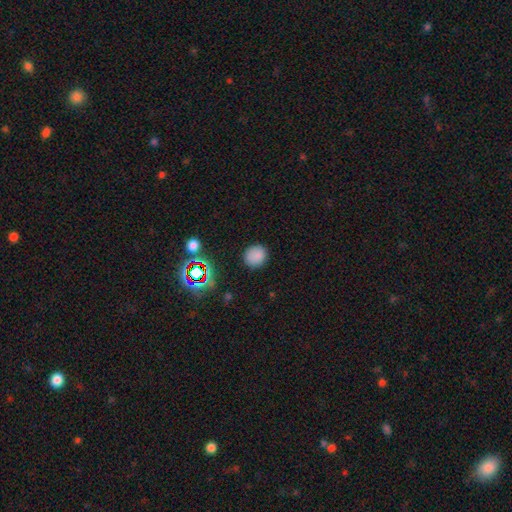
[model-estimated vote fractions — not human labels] Morphology: type=smooth (80%); roundness=round (82%); merging=none (87%).